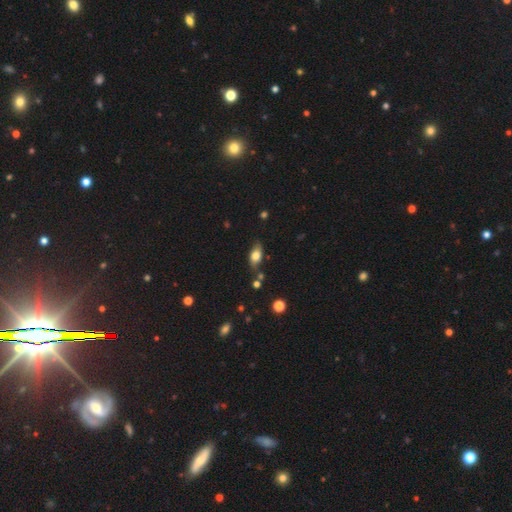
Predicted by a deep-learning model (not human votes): Smooth or featured? Predicted: smooth (p=0.76). How rounded? Predicted: in between (p=0.84). Merging? Predicted: none (p=0.72).